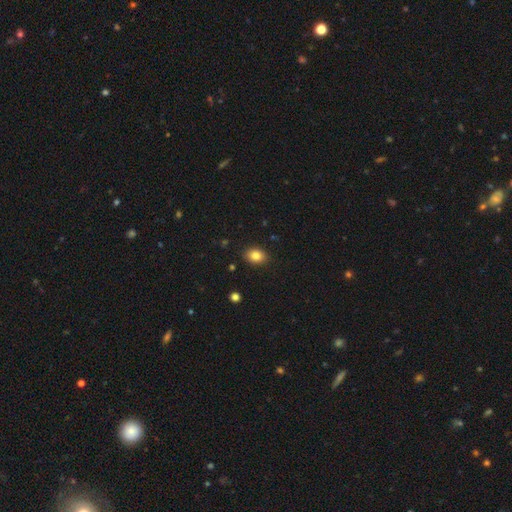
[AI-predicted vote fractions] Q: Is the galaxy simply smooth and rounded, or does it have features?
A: smooth — 84%.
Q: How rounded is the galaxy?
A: in between — 67%.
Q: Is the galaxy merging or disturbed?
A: none — 88%.